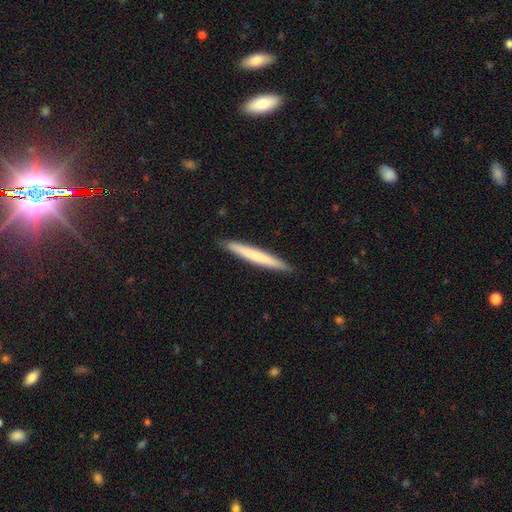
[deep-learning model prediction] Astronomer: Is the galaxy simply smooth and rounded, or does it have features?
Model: smooth — 66%.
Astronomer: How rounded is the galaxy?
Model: cigar-shaped — 97%.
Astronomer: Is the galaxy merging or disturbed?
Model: none — 91%.